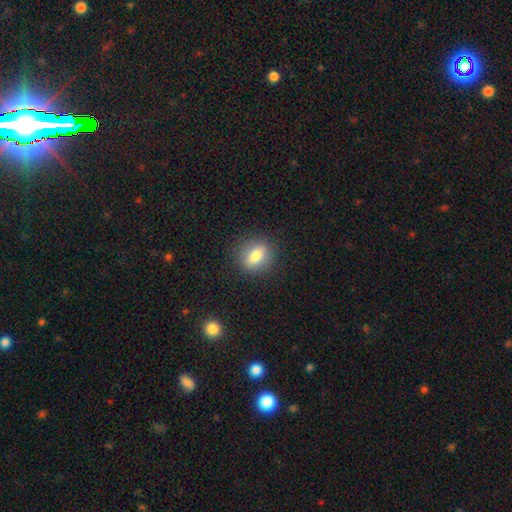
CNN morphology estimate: Overall: smooth (76%). How rounded: round (51%; in between 45%). Merging: none (87%).